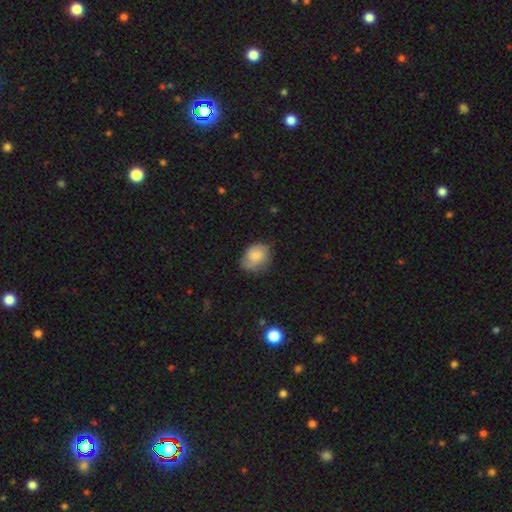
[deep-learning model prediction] The model was most divided on "how rounded": in between: 61%, round: 38%, cigar-shaped: 1%. More confident: smooth or featured — smooth (74%); merging — none (62%).